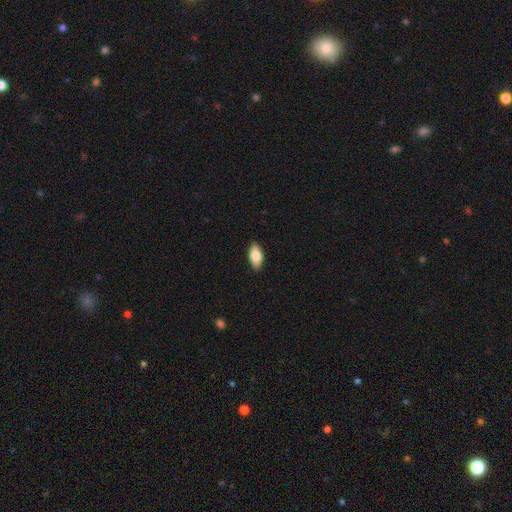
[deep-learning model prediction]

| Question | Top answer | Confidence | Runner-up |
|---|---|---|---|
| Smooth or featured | smooth | 82% | featured or disk (12%) |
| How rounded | in between | 90% | cigar-shaped (8%) |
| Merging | none | 89% | minor disturbance (8%) |